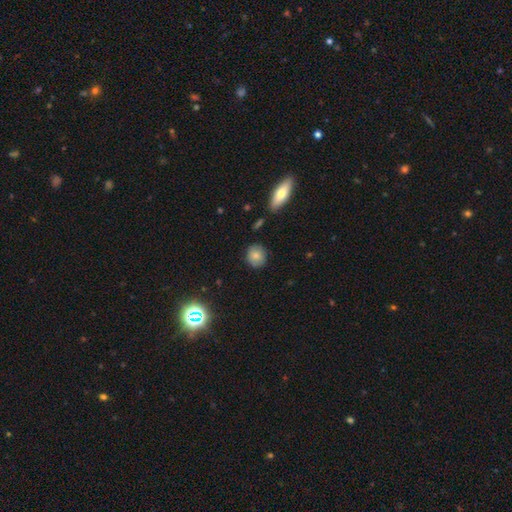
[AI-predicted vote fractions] Q: Smooth or featured?
A: smooth (80%); runner-up: featured or disk (10%)
Q: How rounded?
A: round (82%); runner-up: in between (17%)
Q: Merging?
A: none (84%); runner-up: minor disturbance (11%)